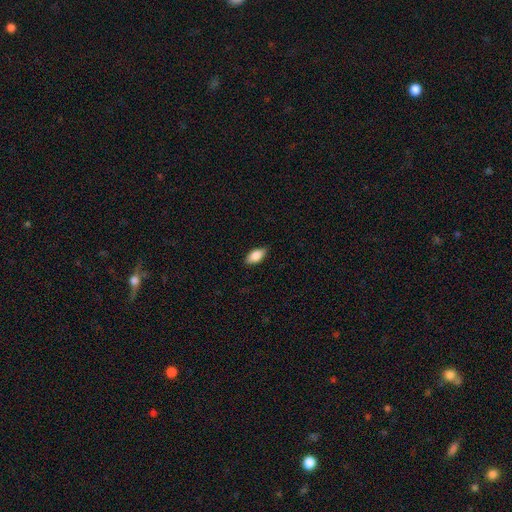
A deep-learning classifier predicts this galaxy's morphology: Overall: smooth (84%). How rounded: in between (91%). Merging: none (87%).